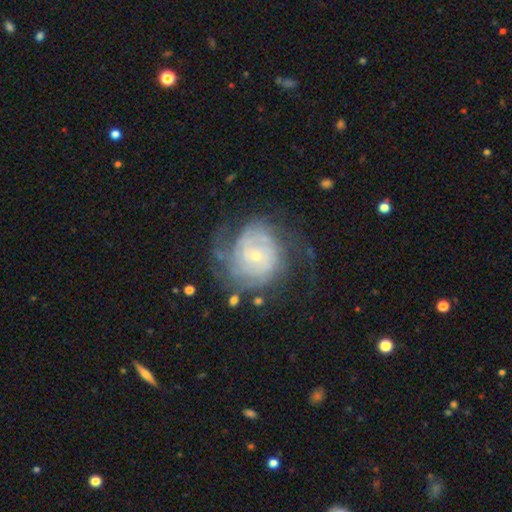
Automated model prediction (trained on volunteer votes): This is likely a featured or disk galaxy (80%). It is clearly not viewed edge-on (98%). Bar: likely no (76%). Spiral arm pattern: clearly yes (90%). Spiral arm count: marginally can't tell (41%). Spiral winding: likely tight (63%). Central bulge: likely small (78%). Merging: possibly none (58%).